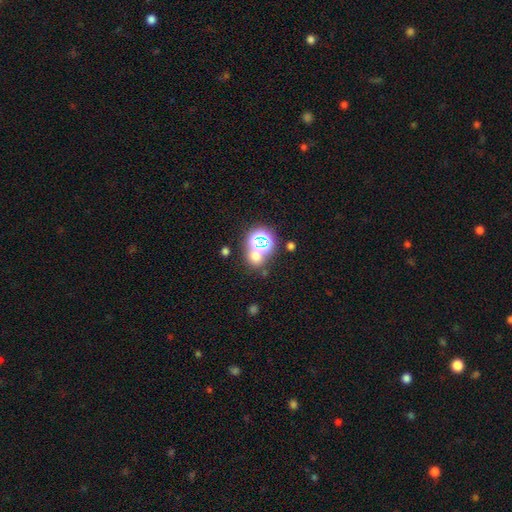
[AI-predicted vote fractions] This appears to be a smooth galaxy with no disk features (53%) that is round (76%). Merging: none (56%).